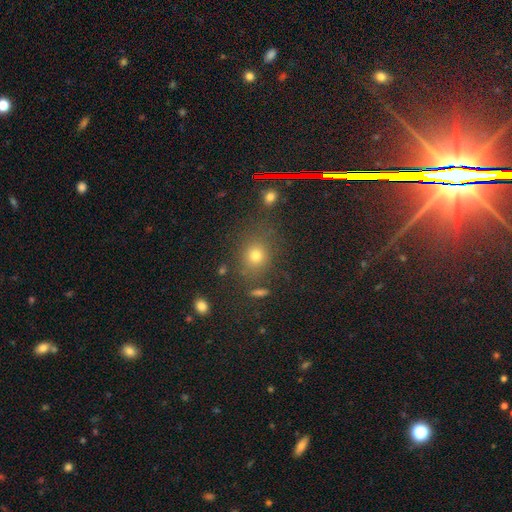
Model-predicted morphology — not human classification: type=smooth (69%); roundness=round (67%); merging=none (75%).